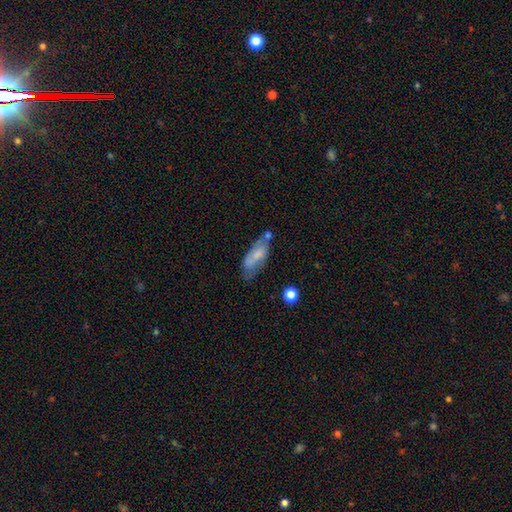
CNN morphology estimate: Smooth or featured: smooth — 60% (featured or disk — 32%)
How rounded: in between — 66% (cigar-shaped — 31%)
Merging: none — 44% (minor disturbance — 29%)